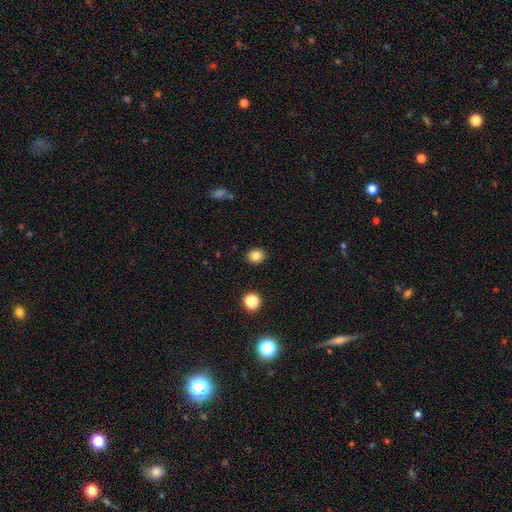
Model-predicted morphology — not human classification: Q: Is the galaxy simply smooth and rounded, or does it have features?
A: smooth — 83%.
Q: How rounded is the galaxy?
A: round — 65%.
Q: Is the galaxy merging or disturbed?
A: none — 90%.